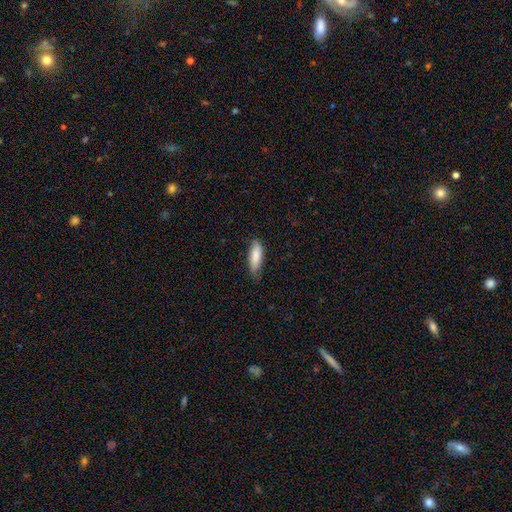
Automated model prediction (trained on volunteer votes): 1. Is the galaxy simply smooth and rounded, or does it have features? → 85% smooth, 9% featured or disk, 6% star or artifact.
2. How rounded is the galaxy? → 57% in between, 42% cigar-shaped, 2% round.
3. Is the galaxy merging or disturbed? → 74% none, 21% minor disturbance, 3% major disturbance, 1% merger.